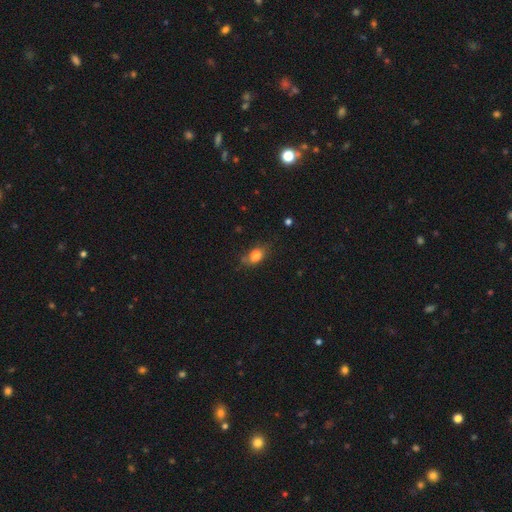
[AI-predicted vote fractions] smooth_or_featured: smooth (p=0.83) [alt: star or artifact p=0.10]
how_rounded: in between (p=0.73) [alt: round p=0.24]
merging: none (p=0.64) [alt: minor disturbance p=0.25]